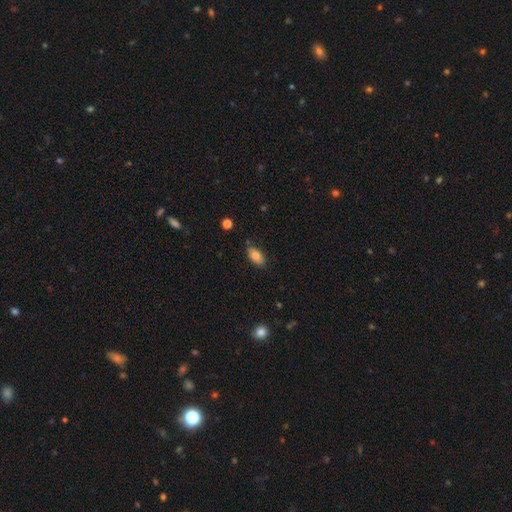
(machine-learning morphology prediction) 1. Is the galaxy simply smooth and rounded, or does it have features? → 81% smooth, 11% featured or disk, 8% star or artifact.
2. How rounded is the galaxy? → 91% in between, 5% round, 4% cigar-shaped.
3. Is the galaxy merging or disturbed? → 75% none, 19% minor disturbance, 3% major disturbance, 2% merger.